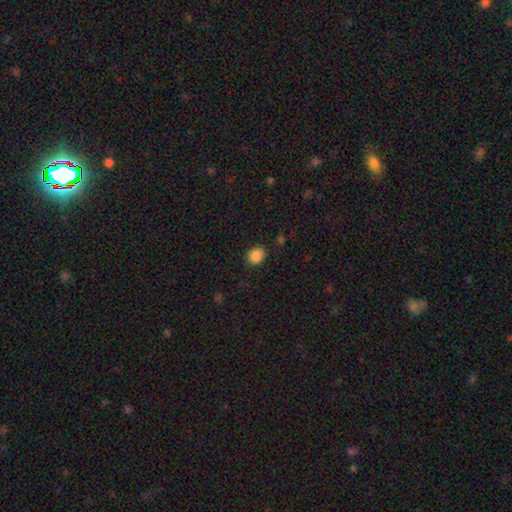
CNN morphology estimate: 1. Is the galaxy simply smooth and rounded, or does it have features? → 87% smooth, 10% star or artifact, 3% featured or disk.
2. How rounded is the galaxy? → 66% round, 33% in between, 1% cigar-shaped.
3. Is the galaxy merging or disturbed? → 88% none, 8% minor disturbance, 2% major disturbance, 1% merger.